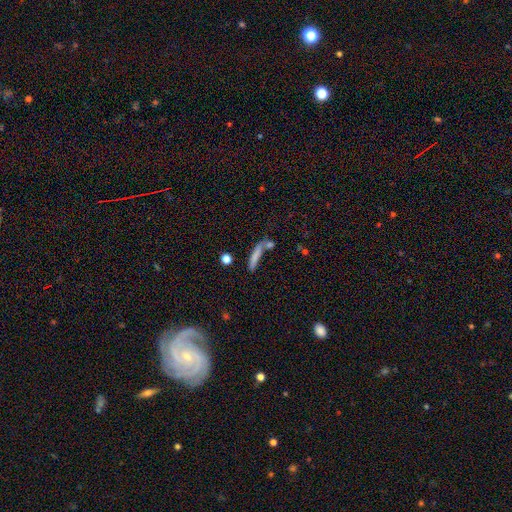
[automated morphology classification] smooth-or-featured: smooth: 70% | featured or disk: 20% | star or artifact: 10%
  how-rounded: cigar-shaped: 86% | in between: 11% | round: 3%
  merging: none: 55% | merger: 20% | minor disturbance: 17% | major disturbance: 9%